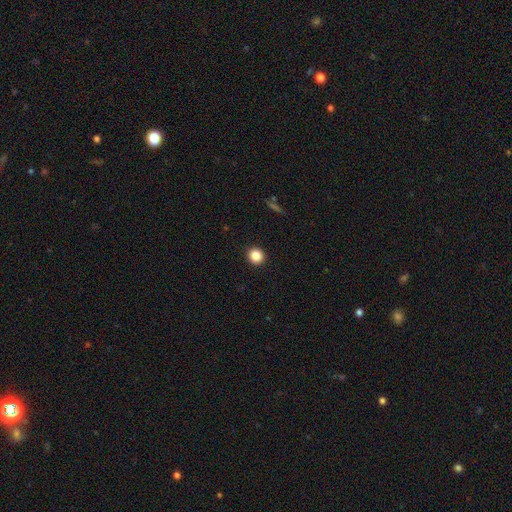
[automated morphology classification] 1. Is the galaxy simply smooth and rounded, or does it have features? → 85% smooth, 10% star or artifact, 4% featured or disk.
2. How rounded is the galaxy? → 93% round, 6% in between, 1% cigar-shaped.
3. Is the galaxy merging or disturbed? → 93% none, 4% minor disturbance, 2% major disturbance, 1% merger.